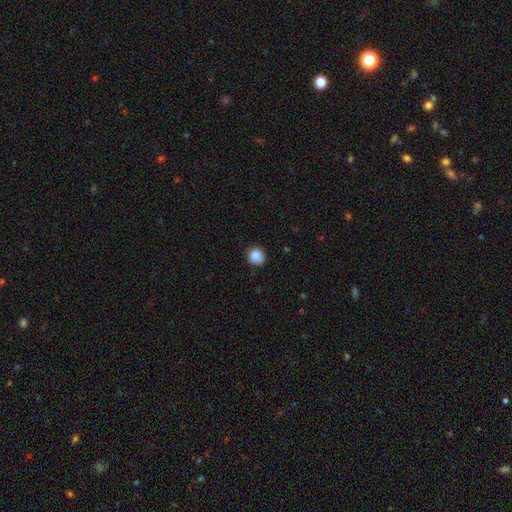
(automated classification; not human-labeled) smooth-or-featured: smooth: 87% | star or artifact: 9% | featured or disk: 4%
  how-rounded: round: 86% | in between: 13% | cigar-shaped: 1%
  merging: none: 80% | minor disturbance: 16% | major disturbance: 3% | merger: 1%